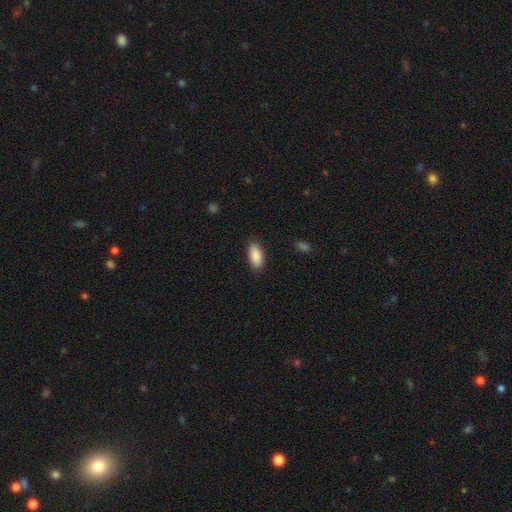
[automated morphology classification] smooth 90%, star or artifact 6%, featured or disk 4%. Down the decision tree: how rounded — in between (88%); merging — none (87%).